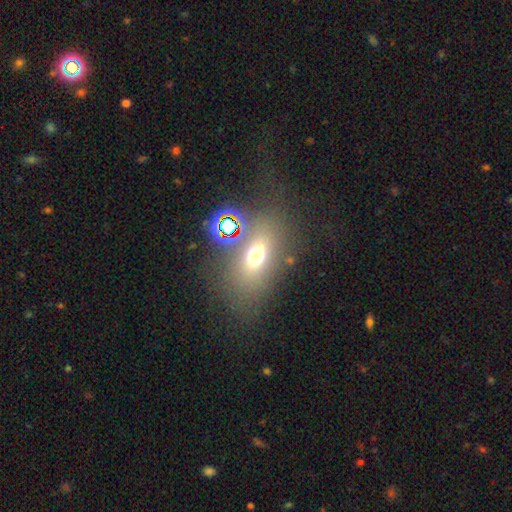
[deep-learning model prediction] The model was most divided on "smooth or featured": smooth: 62%, star or artifact: 22%, featured or disk: 17%. More confident: how rounded — in between (70%); merging — none (69%).